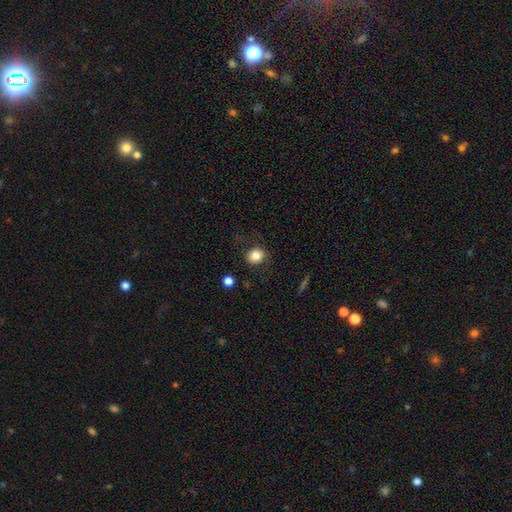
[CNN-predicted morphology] smooth_or_featured: smooth (p=0.82) [alt: star or artifact p=0.11]
how_rounded: round (p=0.76) [alt: in between p=0.23]
merging: none (p=0.82) [alt: minor disturbance p=0.12]